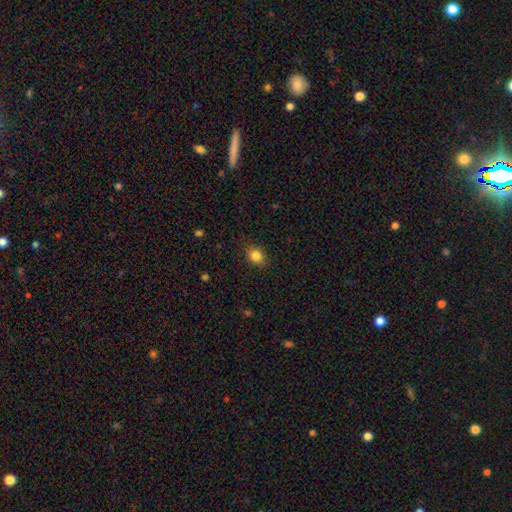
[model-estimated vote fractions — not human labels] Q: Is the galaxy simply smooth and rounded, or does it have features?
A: smooth — 84%.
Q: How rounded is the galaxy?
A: round — 51%.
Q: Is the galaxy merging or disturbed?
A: none — 83%.